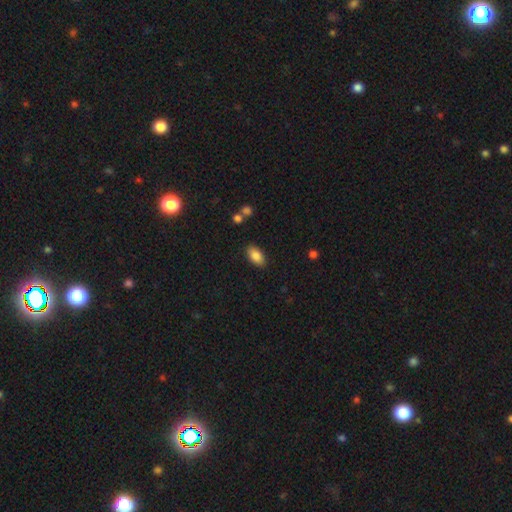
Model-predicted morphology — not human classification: smooth-or-featured: smooth: 86% | star or artifact: 8% | featured or disk: 7%
  how-rounded: in between: 92% | round: 5% | cigar-shaped: 3%
  merging: none: 86% | minor disturbance: 9% | major disturbance: 2% | merger: 2%